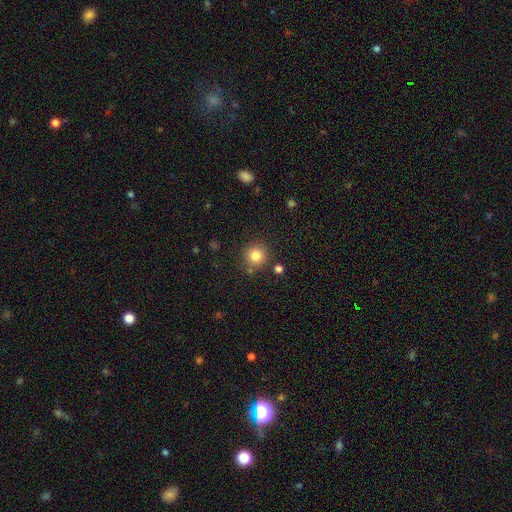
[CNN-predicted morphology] A smooth galaxy with no disk features (82%) that is round (93%). Merging: none (84%).